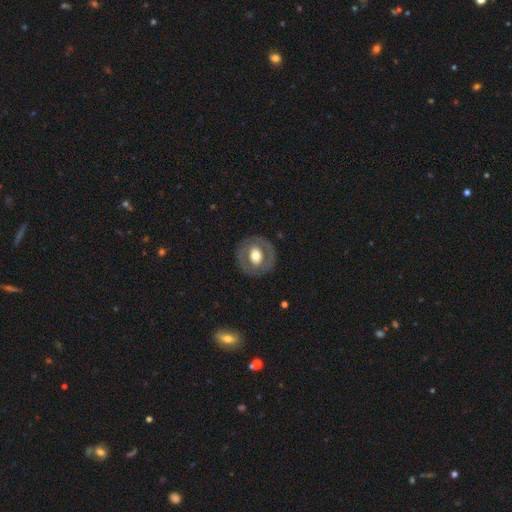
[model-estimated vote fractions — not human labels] This is possibly a featured or disk galaxy (51%). It is clearly not viewed edge-on (95%). Merging: clearly none (83%).